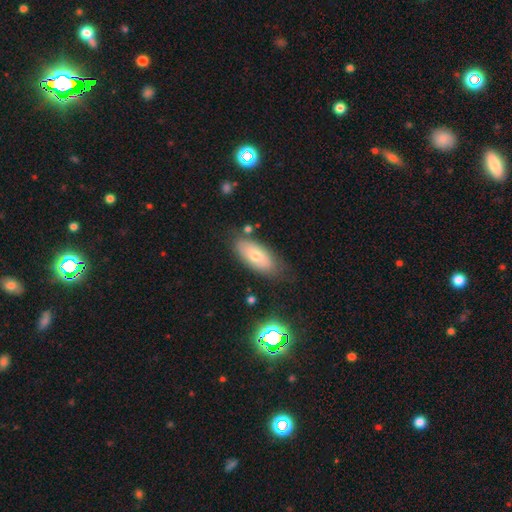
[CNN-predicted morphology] smooth-or-featured: smooth: 63% | featured or disk: 27% | star or artifact: 10%
  how-rounded: in between: 86% | cigar-shaped: 11% | round: 3%
  merging: none: 76% | minor disturbance: 16% | major disturbance: 4% | merger: 4%